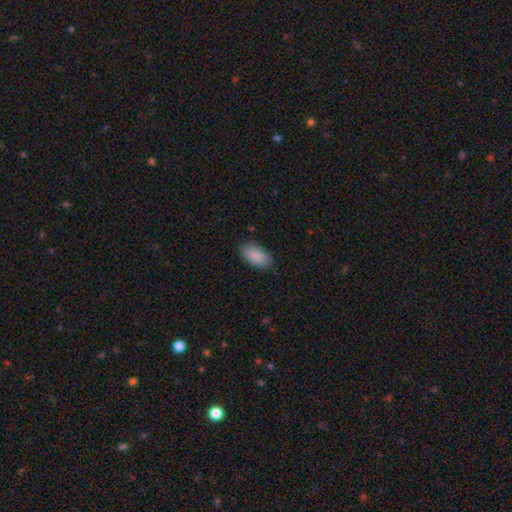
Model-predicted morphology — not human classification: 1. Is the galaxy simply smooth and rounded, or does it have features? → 89% smooth, 6% star or artifact, 5% featured or disk.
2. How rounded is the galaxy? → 94% in between, 4% cigar-shaped, 3% round.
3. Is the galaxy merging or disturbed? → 85% none, 12% minor disturbance, 3% major disturbance, 1% merger.